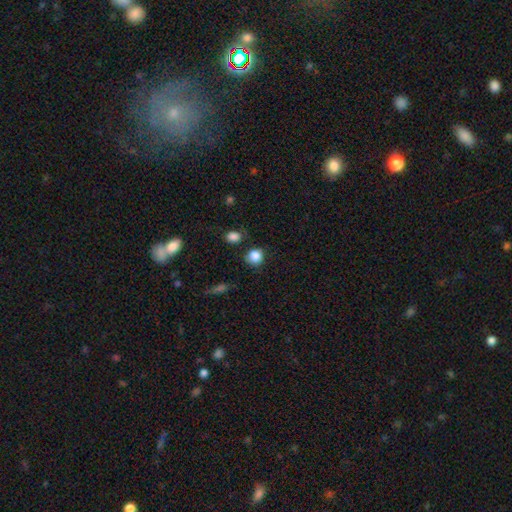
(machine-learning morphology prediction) Smooth or featured: smooth — 86% (star or artifact — 10%)
How rounded: round — 87% (in between — 12%)
Merging: none — 77% (minor disturbance — 13%)